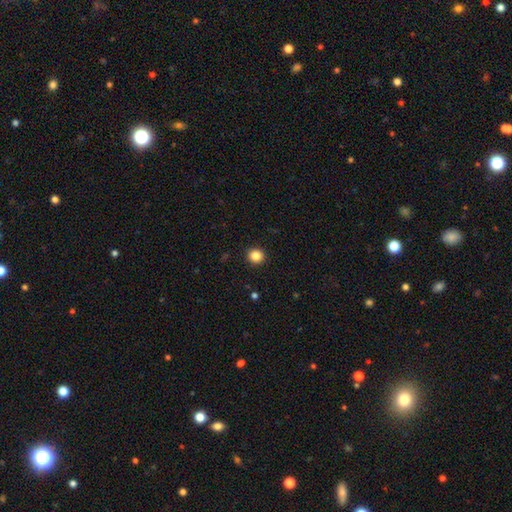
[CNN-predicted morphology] smooth-or-featured: smooth: 85% | star or artifact: 11% | featured or disk: 4%
  how-rounded: round: 91% | in between: 8% | cigar-shaped: 1%
  merging: none: 93% | minor disturbance: 5% | major disturbance: 2% | merger: 1%